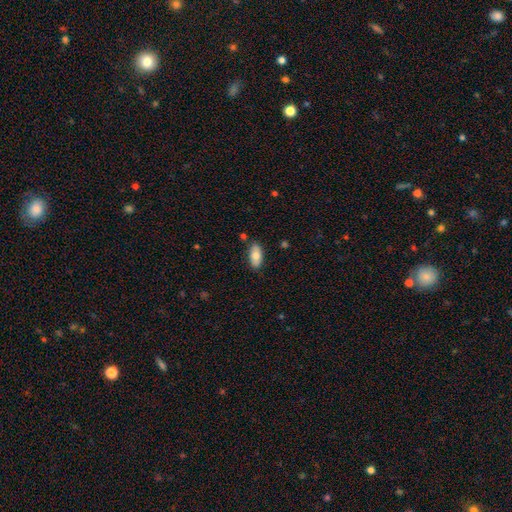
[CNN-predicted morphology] A smooth galaxy with no disk features (75%) that is in between round and cigar-shaped (90%).

Vote fractions:
- Smooth or featured? smooth: 75% / featured or disk: 19% / star or artifact: 7%
- How rounded? in between: 90% / cigar-shaped: 7% / round: 3%
- Merging? none: 84% / minor disturbance: 12% / major disturbance: 2% / merger: 2%